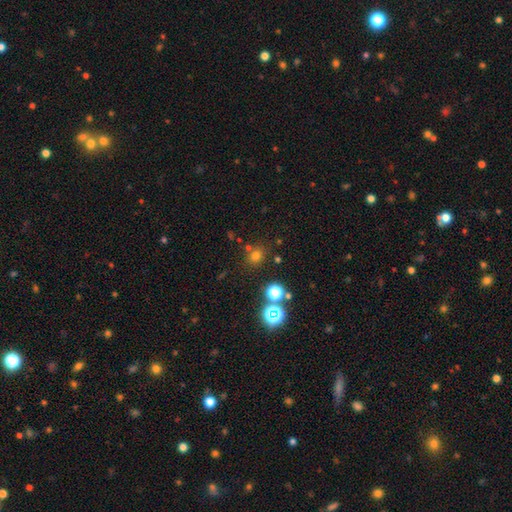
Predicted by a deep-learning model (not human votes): smooth-or-featured: smooth: 67% | star or artifact: 26% | featured or disk: 7%
  how-rounded: round: 83% | in between: 16% | cigar-shaped: 1%
  merging: none: 77% | minor disturbance: 10% | merger: 9% | major disturbance: 4%